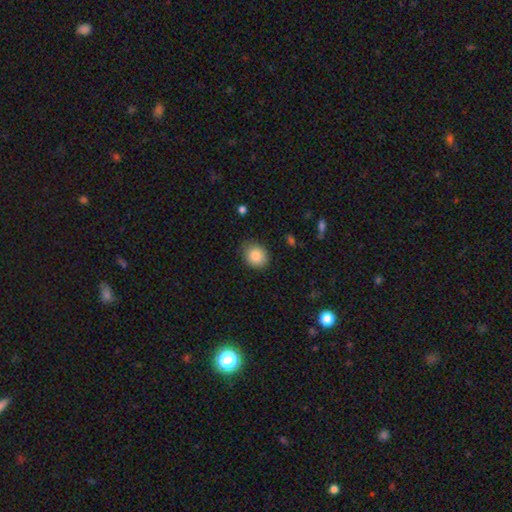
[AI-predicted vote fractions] This is clearly a smooth galaxy (85%). How rounded: likely round (64%). Merging: clearly none (80%).